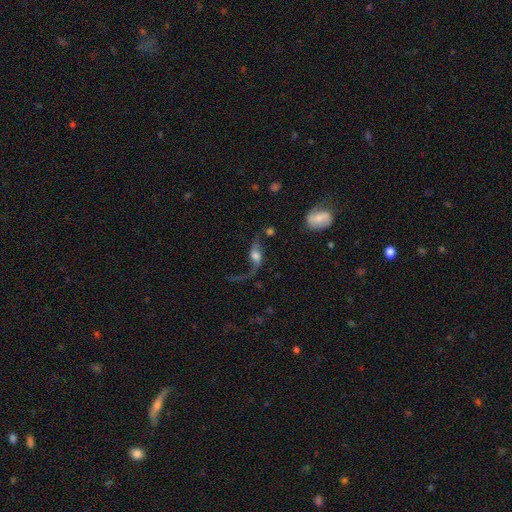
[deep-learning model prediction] Q: Smooth or featured?
A: featured or disk (71%); runner-up: smooth (20%)
Q: Edge-on disk?
A: no (88%); runner-up: yes (12%)
Q: Bar?
A: no (53%); runner-up: weak (34%)
Q: Spiral arms?
A: yes (89%); runner-up: no (11%)
Q: Spiral winding?
A: loose (91%); runner-up: medium (7%)
Q: Spiral arm count?
A: 2 (78%); runner-up: 1 (17%)
Q: Bulge size?
A: moderate (44%); runner-up: large (29%)
Q: Merging?
A: none (44%); runner-up: major disturbance (32%)